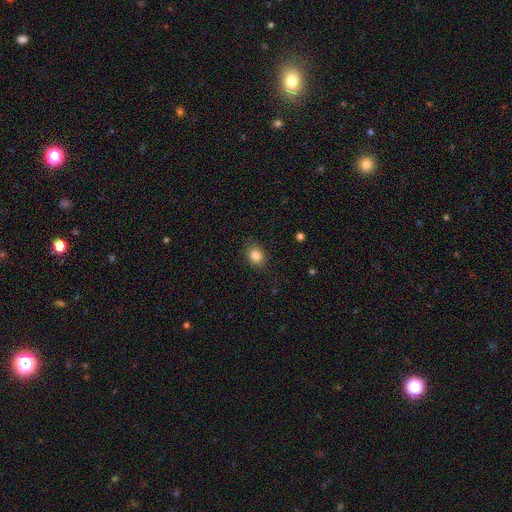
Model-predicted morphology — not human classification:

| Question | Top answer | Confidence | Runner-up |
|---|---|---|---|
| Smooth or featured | smooth | 84% | star or artifact (10%) |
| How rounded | in between | 53% | round (46%) |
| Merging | none | 86% | minor disturbance (11%) |